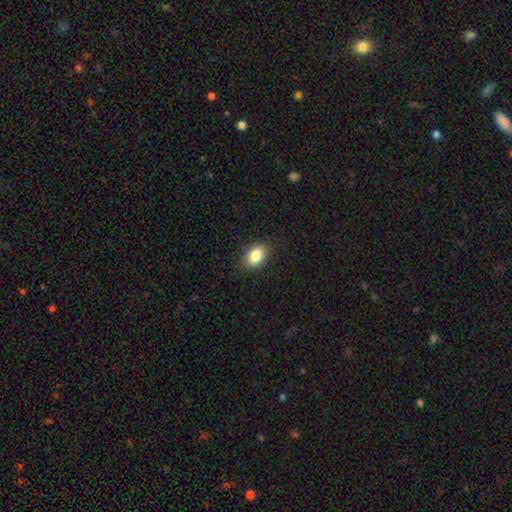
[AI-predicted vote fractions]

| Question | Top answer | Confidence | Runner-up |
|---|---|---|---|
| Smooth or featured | smooth | 85% | star or artifact (8%) |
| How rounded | in between | 84% | round (14%) |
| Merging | none | 86% | minor disturbance (10%) |